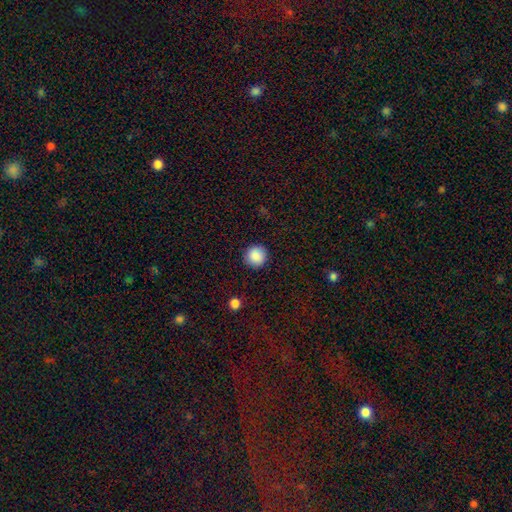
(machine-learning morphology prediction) Smooth or featured?
  - smooth: 88% *
  - star or artifact: 8%
  - featured or disk: 3%
How rounded?
  - round: 95% *
  - in between: 4%
  - cigar-shaped: 1%
Merging?
  - none: 91% *
  - minor disturbance: 6%
  - major disturbance: 2%
  - merger: 1%